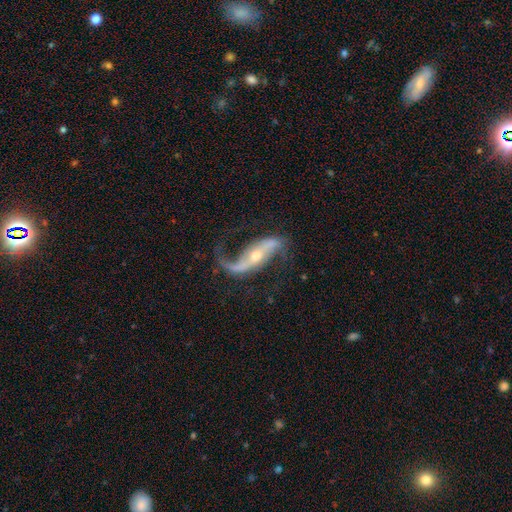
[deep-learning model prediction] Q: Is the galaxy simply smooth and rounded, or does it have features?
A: featured or disk — 91%.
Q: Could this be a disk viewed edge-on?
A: no — 93%.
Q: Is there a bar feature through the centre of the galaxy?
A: strong — 49%.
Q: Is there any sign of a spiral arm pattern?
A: yes — 97%.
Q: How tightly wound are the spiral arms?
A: loose — 78%.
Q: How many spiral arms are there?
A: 2 — 90%.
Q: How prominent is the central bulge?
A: small — 52%.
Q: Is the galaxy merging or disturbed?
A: none — 71%.